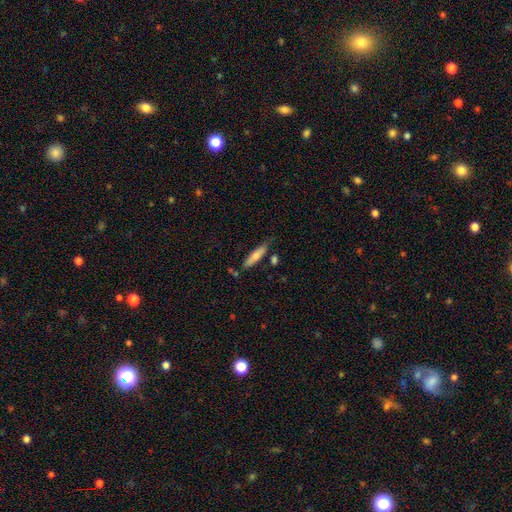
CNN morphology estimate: This appears to be a smooth galaxy with no disk features (68%) that is cigar-shaped (74%). Merging: none (71%).